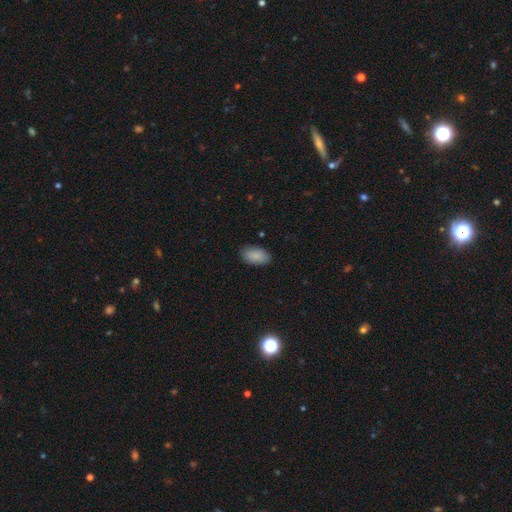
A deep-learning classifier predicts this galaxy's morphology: This appears to be a smooth galaxy with no disk features (88%) that is in between round and cigar-shaped (94%). Merging: none (86%).